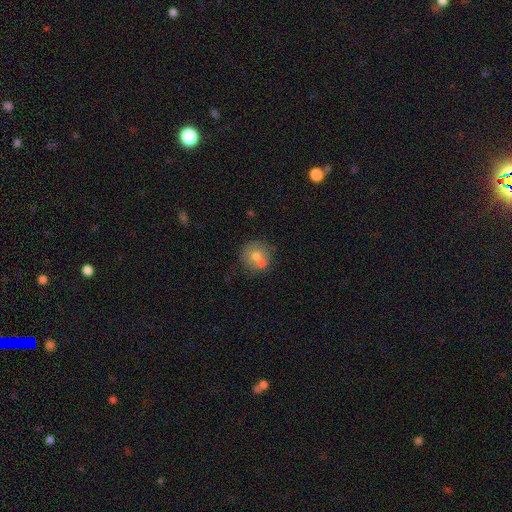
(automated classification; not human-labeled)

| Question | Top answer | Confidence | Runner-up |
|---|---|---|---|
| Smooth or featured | smooth | 66% | featured or disk (25%) |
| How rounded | round | 88% | in between (11%) |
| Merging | none | 48% | merger (40%) |